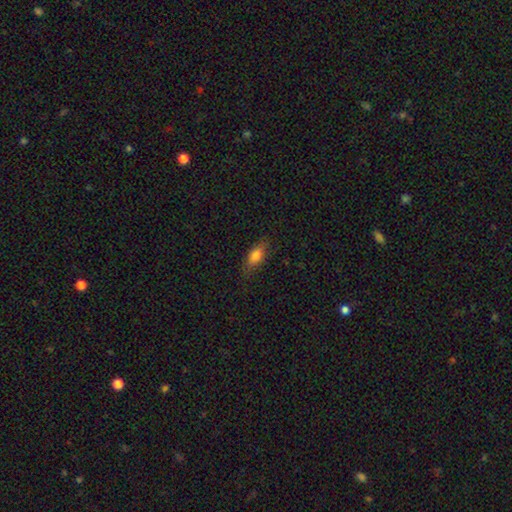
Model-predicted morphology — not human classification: Smooth or featured? Predicted: smooth (p=0.78). How rounded? Predicted: in between (p=0.79). Merging? Predicted: none (p=0.77).